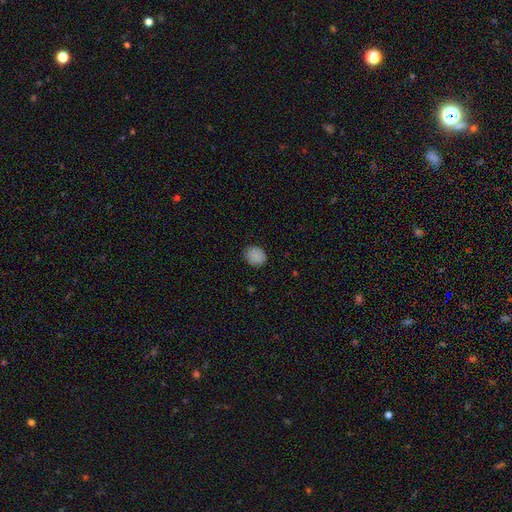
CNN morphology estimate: This is clearly a smooth galaxy (87%). How rounded: possibly round (58%). Merging: clearly none (86%).